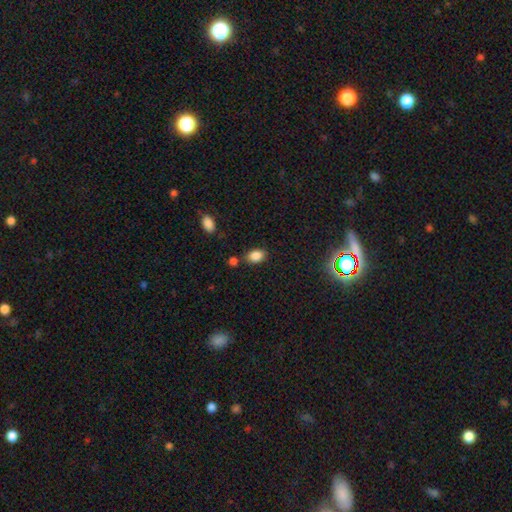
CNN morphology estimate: Smooth or featured: smooth — 86% (star or artifact — 10%)
How rounded: in between — 80% (round — 18%)
Merging: none — 73% (minor disturbance — 14%)